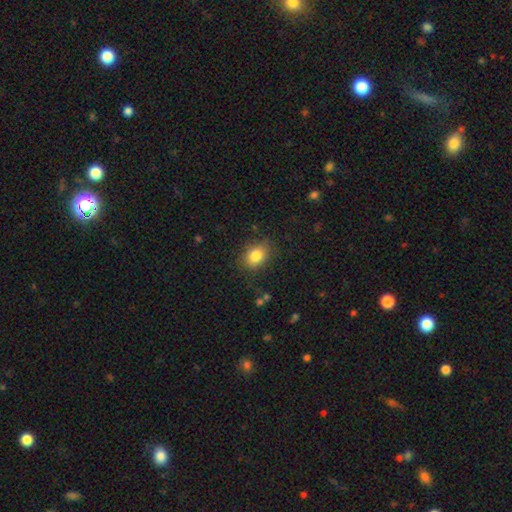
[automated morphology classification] This is clearly a smooth galaxy (83%). How rounded: likely in between (63%). Merging: clearly none (80%).